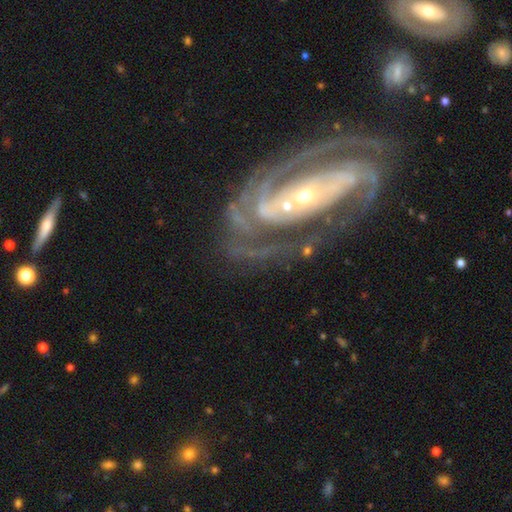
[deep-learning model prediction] smooth-or-featured: featured or disk: 90% | star or artifact: 5% | smooth: 4%
  disk-edge-on: no: 95% | yes: 5%
    bar: no: 47% | strong: 31% | weak: 22%
    has-spiral-arms: yes: 97% | no: 3%
      spiral-winding: tight: 62% | medium: 32% | loose: 7%
      spiral-arm-count: 2: 54% | 3: 15% | can't tell: 13% | 4: 7% | 1: 5% | more than 4: 5%
    bulge-size: small: 69% | moderate: 26% | large: 3% | none: 1% | dominant: 1%
  merging: none: 66% | minor disturbance: 16% | major disturbance: 12% | merger: 6%